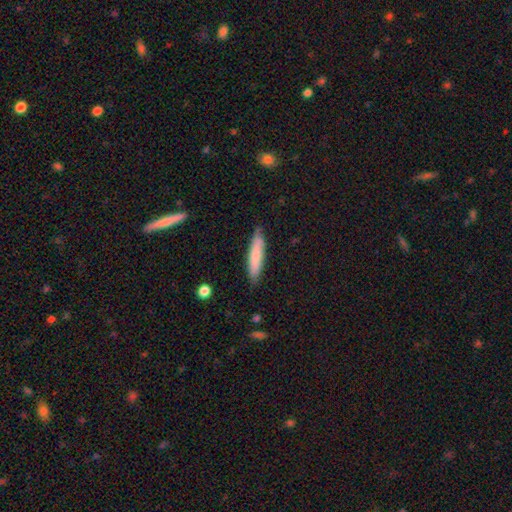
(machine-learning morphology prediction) Overall: smooth (72%). How rounded: cigar-shaped (84%). Merging: none (82%).